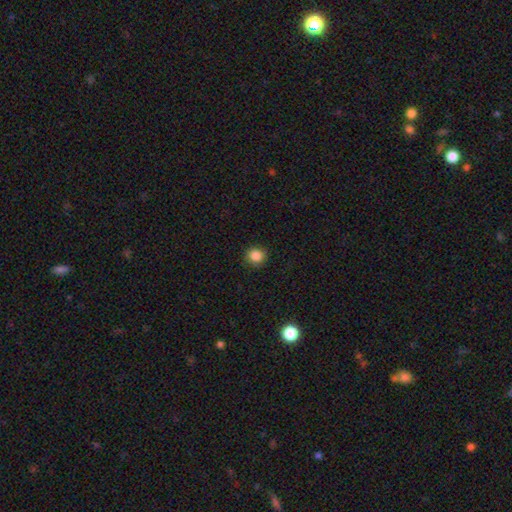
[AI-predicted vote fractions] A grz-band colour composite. It shows a smooth galaxy with no disk features (86%) that is round (89%). Merging: none (88%).